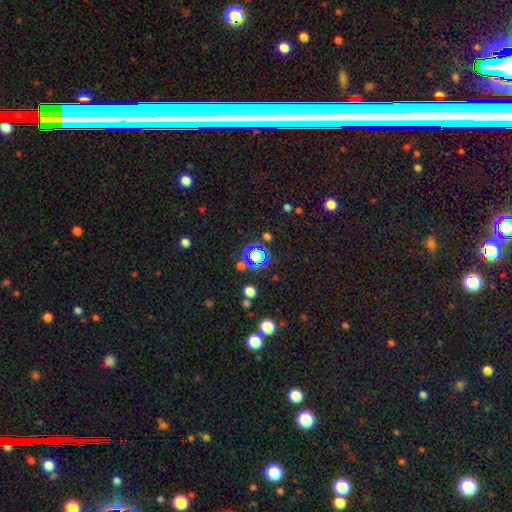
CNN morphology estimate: The model was most divided on "smooth or featured": star or artifact: 56%, smooth: 34%, featured or disk: 10%.